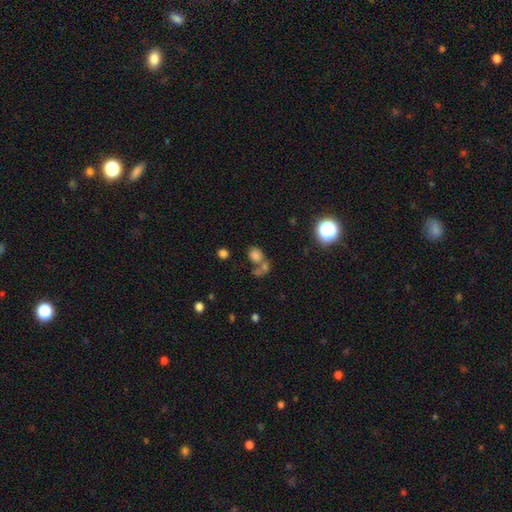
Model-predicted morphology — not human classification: smooth_or_featured: smooth (p=0.72) [alt: star or artifact p=0.18]
how_rounded: round (p=0.57) [alt: in between p=0.42]
merging: merger (p=0.45) [alt: none p=0.39]